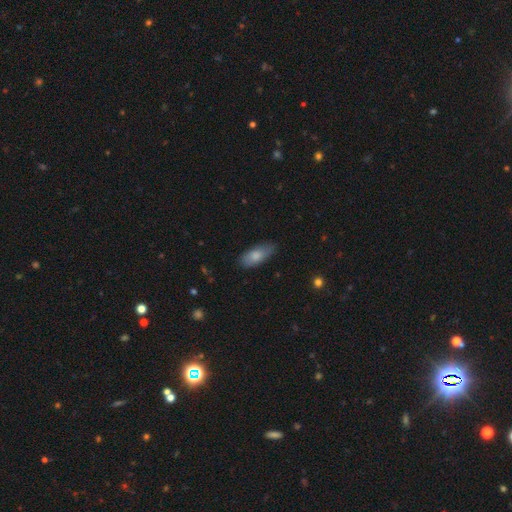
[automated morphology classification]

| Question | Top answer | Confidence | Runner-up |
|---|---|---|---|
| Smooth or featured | smooth | 79% | featured or disk (15%) |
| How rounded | in between | 83% | cigar-shaped (15%) |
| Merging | none | 76% | minor disturbance (19%) |